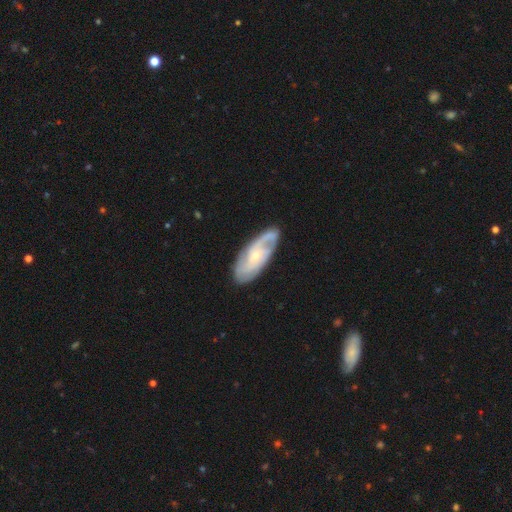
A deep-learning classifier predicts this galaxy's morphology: featured or disk 78%, smooth 17%, star or artifact 5%. Down the decision tree: edge-on disk — no (92%); bar — no (66%); spiral arms — yes (93%); spiral arm count — 2 (42%); spiral winding — tight (48%); bulge size — small (71%); merging — none (79%).